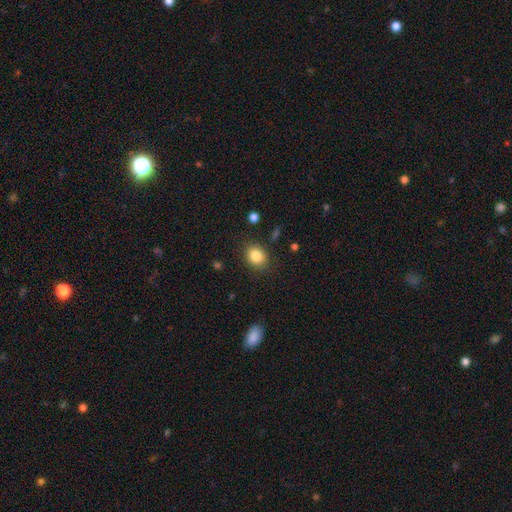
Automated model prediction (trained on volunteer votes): Smooth or featured? smooth (84%)
How rounded? round (52%)
Merging? none (84%)